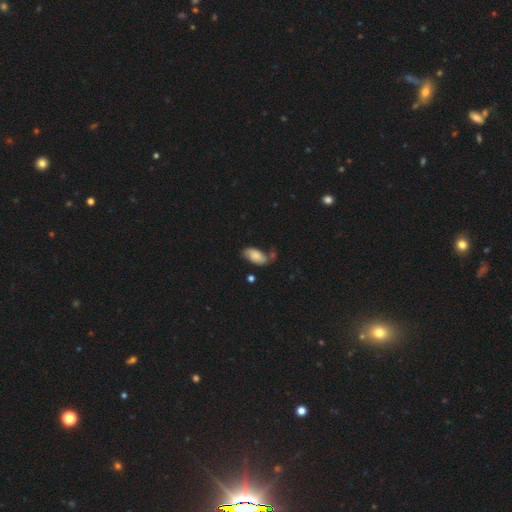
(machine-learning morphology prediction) Overall: smooth (68%). How rounded: in between (92%). Merging: none (51%; minor disturbance 26%).